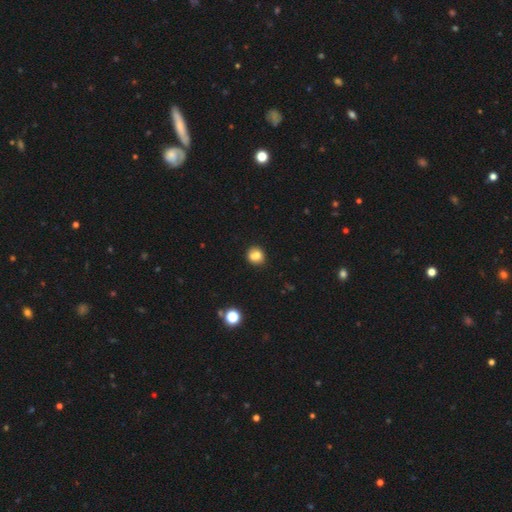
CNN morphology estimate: Q: Smooth or featured?
A: smooth (76%); runner-up: featured or disk (13%)
Q: How rounded?
A: round (76%); runner-up: in between (23%)
Q: Merging?
A: none (59%); runner-up: merger (22%)